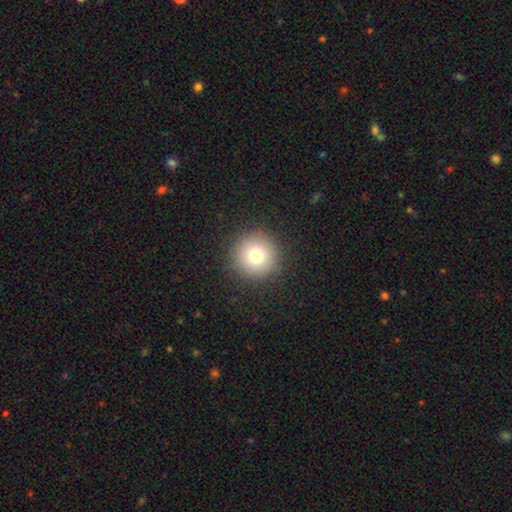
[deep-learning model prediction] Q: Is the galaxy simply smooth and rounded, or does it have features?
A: smooth — 77%.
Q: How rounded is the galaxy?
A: round — 96%.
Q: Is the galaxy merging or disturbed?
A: none — 92%.